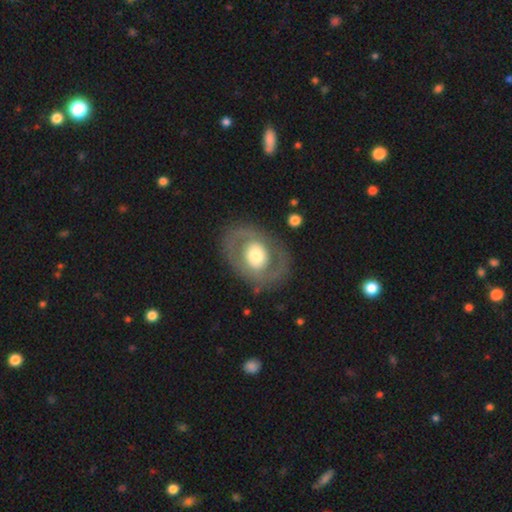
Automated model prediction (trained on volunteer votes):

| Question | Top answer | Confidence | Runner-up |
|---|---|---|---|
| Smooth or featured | featured or disk | 58% | smooth (37%) |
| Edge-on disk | no | 94% | yes (6%) |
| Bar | no | 76% | weak (17%) |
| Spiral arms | no | 72% | yes (28%) |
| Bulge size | moderate | 52% | large (36%) |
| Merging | none | 78% | minor disturbance (12%) |